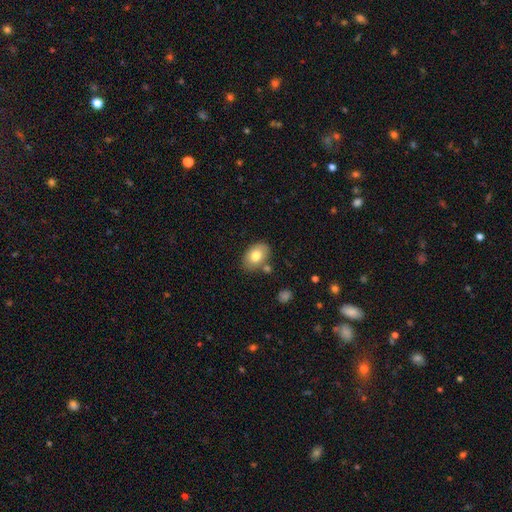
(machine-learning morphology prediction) smooth_or_featured: smooth (p=0.77) [alt: featured or disk p=0.15]
how_rounded: in between (p=0.84) [alt: round p=0.15]
merging: none (p=0.74) [alt: minor disturbance p=0.14]